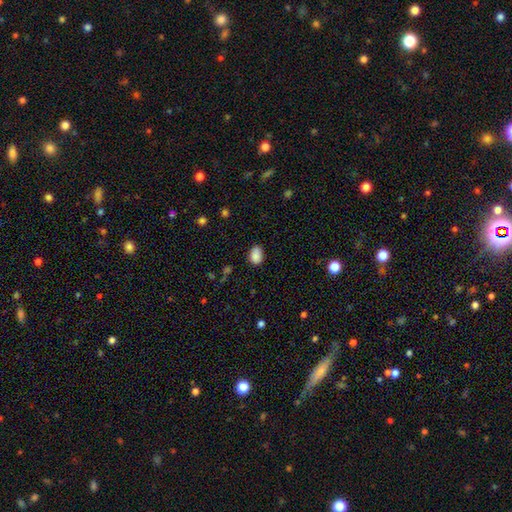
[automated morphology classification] smooth-or-featured: smooth: 87% | star or artifact: 9% | featured or disk: 4%
  how-rounded: in between: 78% | round: 21% | cigar-shaped: 1%
  merging: none: 79% | minor disturbance: 16% | major disturbance: 3% | merger: 2%